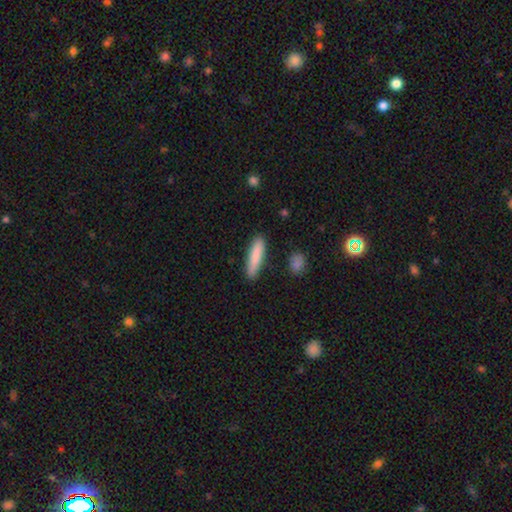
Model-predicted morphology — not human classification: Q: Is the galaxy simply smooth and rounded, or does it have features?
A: smooth — 84%.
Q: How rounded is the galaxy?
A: cigar-shaped — 82%.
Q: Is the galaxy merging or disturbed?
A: none — 88%.